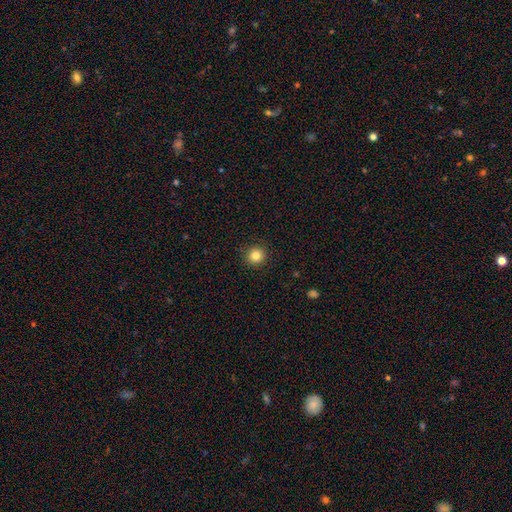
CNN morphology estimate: This appears to be a smooth galaxy with no disk features (83%) that is round (95%). Merging: none (92%).